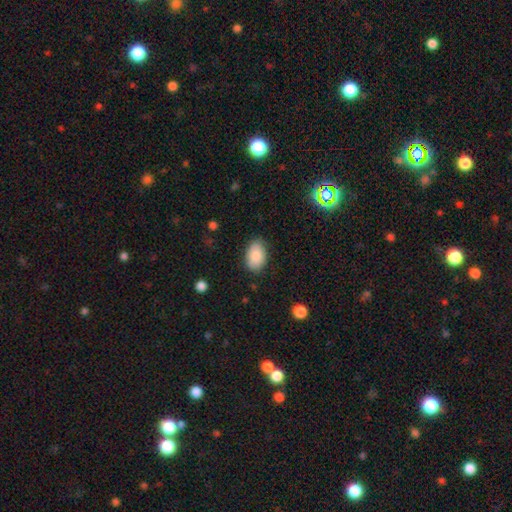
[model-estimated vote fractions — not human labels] A smooth galaxy with no disk features (87%) that is in between round and cigar-shaped (91%).

Vote fractions:
- Smooth or featured? smooth: 87% / star or artifact: 7% / featured or disk: 6%
- How rounded? in between: 91% / round: 8% / cigar-shaped: 1%
- Merging? none: 83% / minor disturbance: 13% / major disturbance: 3% / merger: 1%